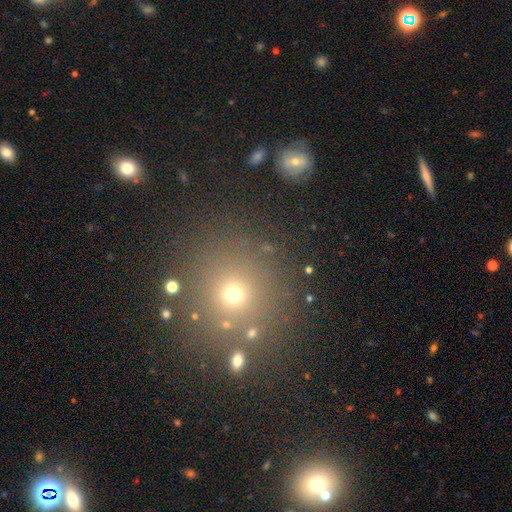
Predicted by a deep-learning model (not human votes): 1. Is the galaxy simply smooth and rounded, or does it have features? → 54% smooth, 36% star or artifact, 10% featured or disk.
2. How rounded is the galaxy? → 91% round, 8% in between, 1% cigar-shaped.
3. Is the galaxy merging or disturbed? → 84% none, 7% minor disturbance, 6% merger, 3% major disturbance.